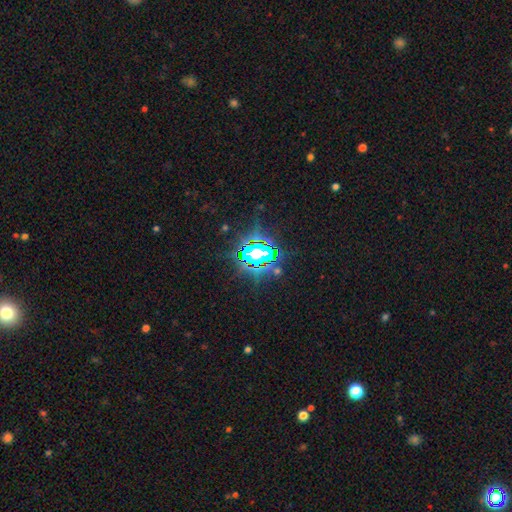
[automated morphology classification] Smooth or featured? Predicted: star or artifact (p=0.72).